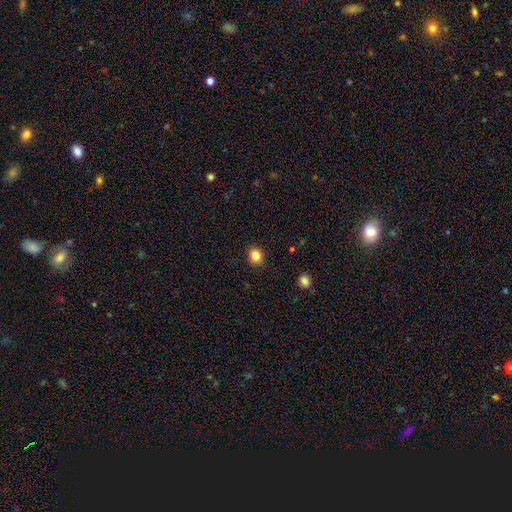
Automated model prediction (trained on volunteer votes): smooth_or_featured: smooth (p=0.84) [alt: star or artifact p=0.11]
how_rounded: round (p=0.79) [alt: in between p=0.20]
merging: none (p=0.89) [alt: minor disturbance p=0.08]